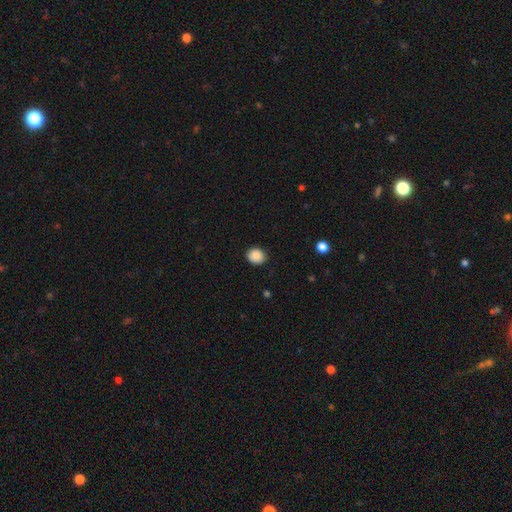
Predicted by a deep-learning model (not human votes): Smooth or featured?
  - smooth: 89% *
  - star or artifact: 9%
  - featured or disk: 3%
How rounded?
  - round: 68% *
  - in between: 32%
  - cigar-shaped: 1%
Merging?
  - none: 88% *
  - minor disturbance: 9%
  - major disturbance: 2%
  - merger: 1%